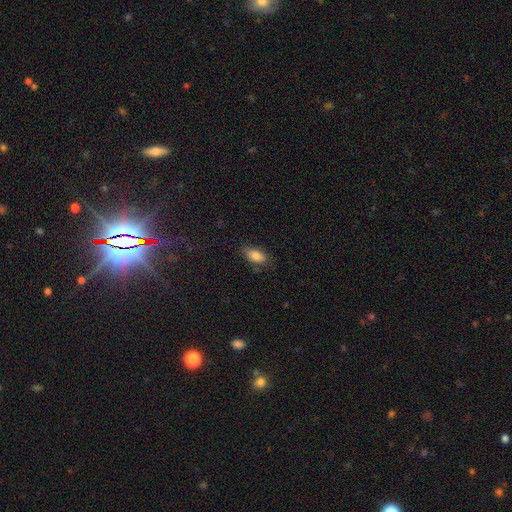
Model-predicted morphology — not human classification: Smooth or featured?
  - smooth: 83% *
  - featured or disk: 9%
  - star or artifact: 8%
How rounded?
  - in between: 86% *
  - cigar-shaped: 10%
  - round: 4%
Merging?
  - none: 78% *
  - minor disturbance: 17%
  - major disturbance: 4%
  - merger: 2%